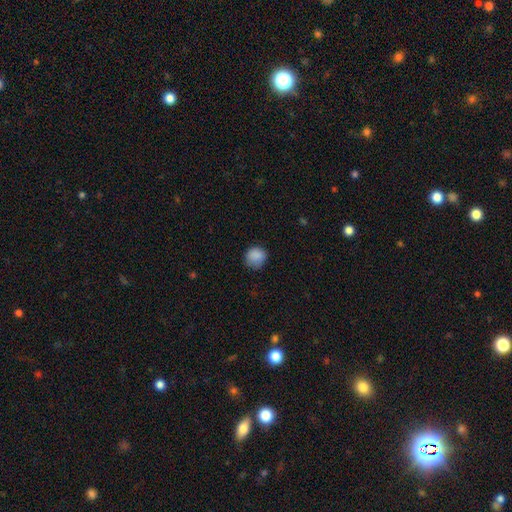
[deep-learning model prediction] Smooth or featured? Predicted: smooth (p=0.87). How rounded? Predicted: round (p=0.85). Merging? Predicted: none (p=0.77).